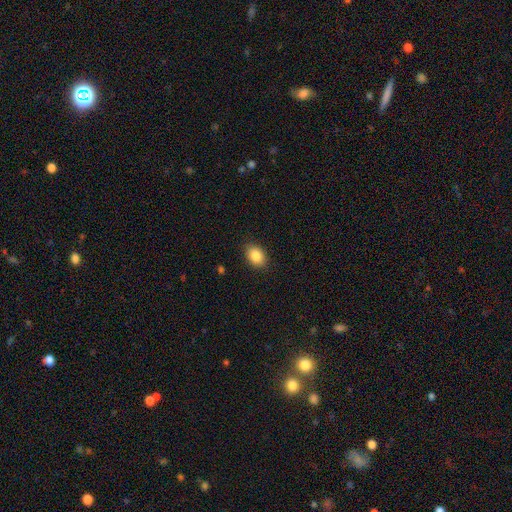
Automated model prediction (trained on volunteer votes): This is clearly a smooth galaxy (87%). How rounded: likely in between (76%). Merging: clearly none (88%).